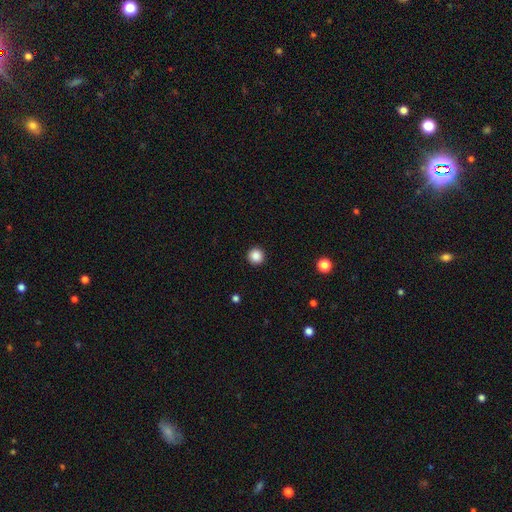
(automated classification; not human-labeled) Smooth or featured?
  - smooth: 87% *
  - star or artifact: 10%
  - featured or disk: 3%
How rounded?
  - round: 96% *
  - in between: 3%
  - cigar-shaped: 1%
Merging?
  - none: 93% *
  - minor disturbance: 4%
  - major disturbance: 2%
  - merger: 1%